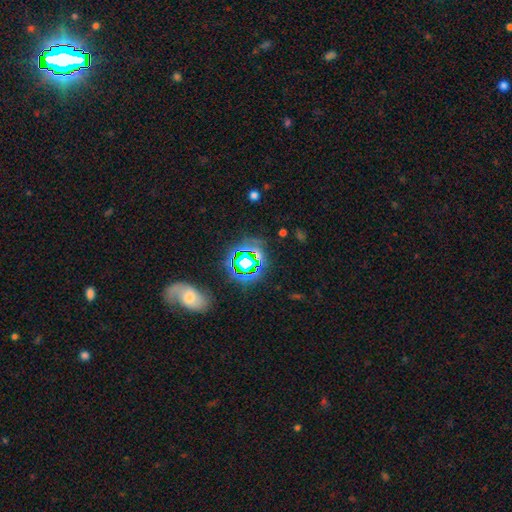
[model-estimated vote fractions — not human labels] Smooth or featured? star or artifact (70%)